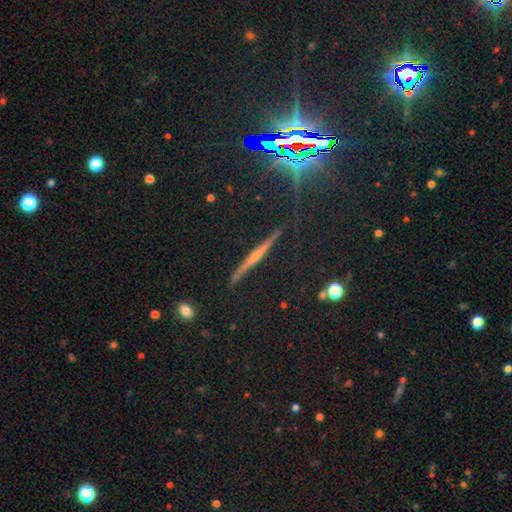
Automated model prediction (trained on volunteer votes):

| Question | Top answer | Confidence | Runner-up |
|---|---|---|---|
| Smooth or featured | featured or disk | 58% | star or artifact (27%) |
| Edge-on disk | yes | 96% | no (4%) |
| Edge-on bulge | rounded | 70% | none (21%) |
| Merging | none | 87% | minor disturbance (9%) |